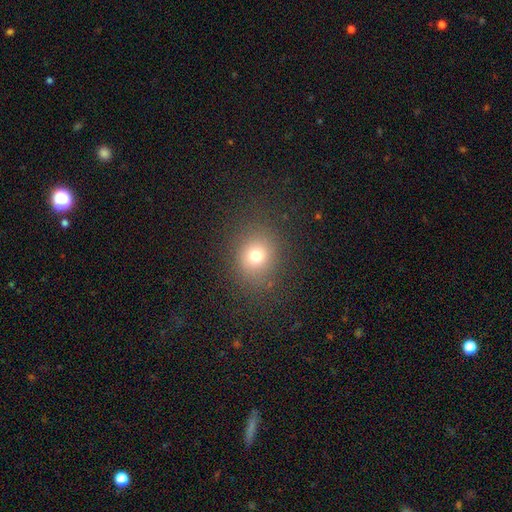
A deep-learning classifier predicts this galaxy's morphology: Smooth or featured?
  - smooth: 73% *
  - star or artifact: 17%
  - featured or disk: 10%
How rounded?
  - round: 78% *
  - in between: 21%
  - cigar-shaped: 1%
Merging?
  - none: 85% *
  - minor disturbance: 9%
  - major disturbance: 5%
  - merger: 1%